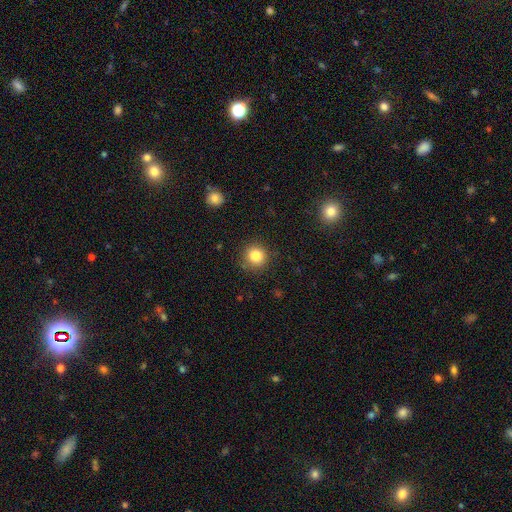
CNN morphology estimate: A smooth galaxy with no disk features (83%) that is round (93%).

Vote fractions:
- Smooth or featured? smooth: 83% / star or artifact: 12% / featured or disk: 6%
- How rounded? round: 93% / in between: 6% / cigar-shaped: 1%
- Merging? none: 87% / minor disturbance: 9% / major disturbance: 3% / merger: 1%